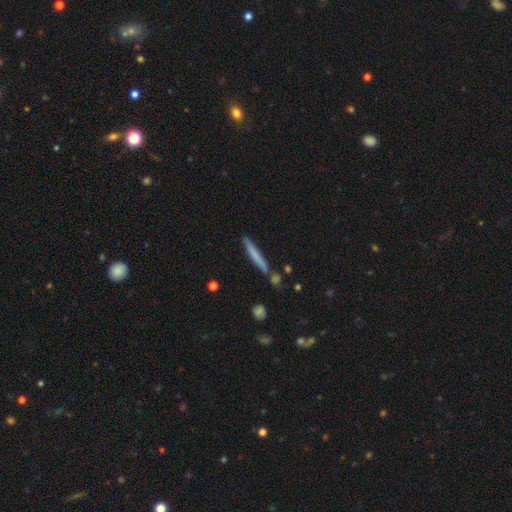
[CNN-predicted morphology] Smooth or featured? Predicted: smooth (p=0.62). How rounded? Predicted: cigar-shaped (p=0.96). Merging? Predicted: none (p=0.81).